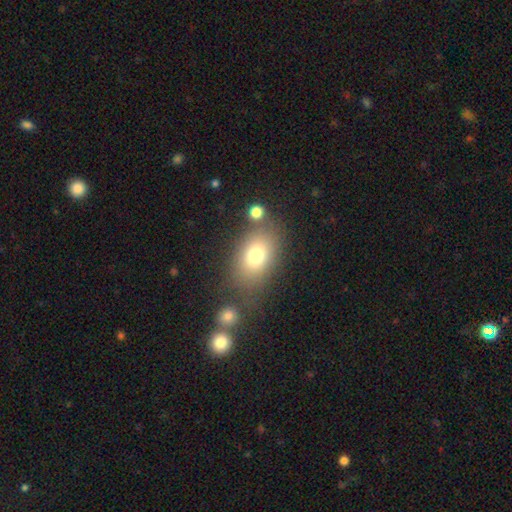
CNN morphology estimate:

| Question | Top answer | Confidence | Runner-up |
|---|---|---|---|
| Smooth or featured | smooth | 76% | featured or disk (13%) |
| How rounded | in between | 76% | round (22%) |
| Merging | none | 66% | minor disturbance (14%) |